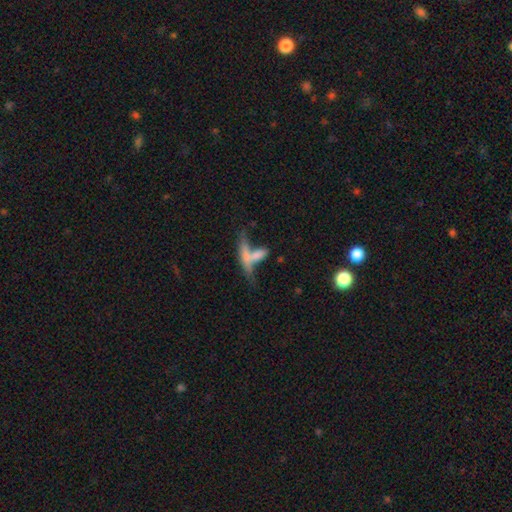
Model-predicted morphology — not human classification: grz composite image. It shows a smooth galaxy with no disk features (59%) that is cigar-shaped (55%). Merging: merger (59%).